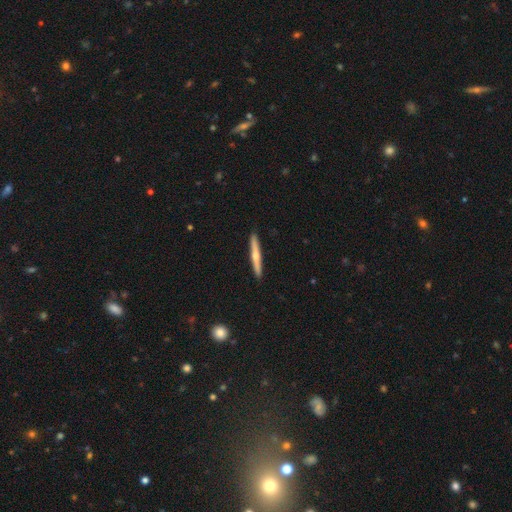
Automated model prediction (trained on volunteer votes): The model was most divided on "smooth or featured": featured or disk: 54%, smooth: 41%, star or artifact: 5%. More confident: edge-on disk — yes (97%); merging — none (92%); edge-on bulge — rounded (82%).